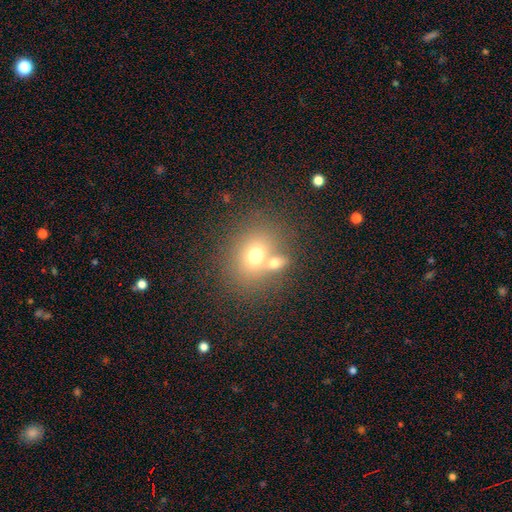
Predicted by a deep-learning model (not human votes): This appears to be a smooth galaxy with no disk features (68%) that is round (56%). Merging: none (48%).